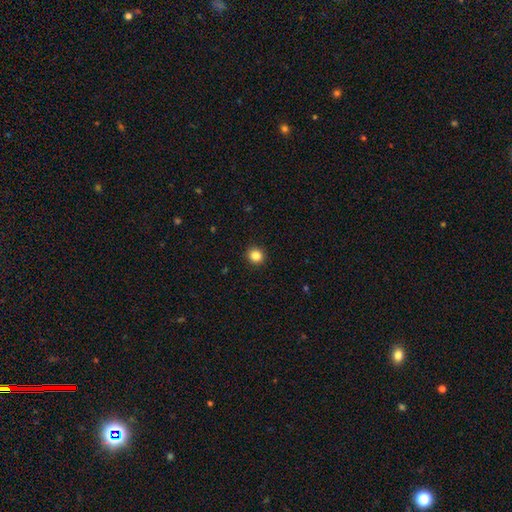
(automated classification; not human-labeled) Smooth or featured? smooth (85%)
How rounded? round (91%)
Merging? none (93%)